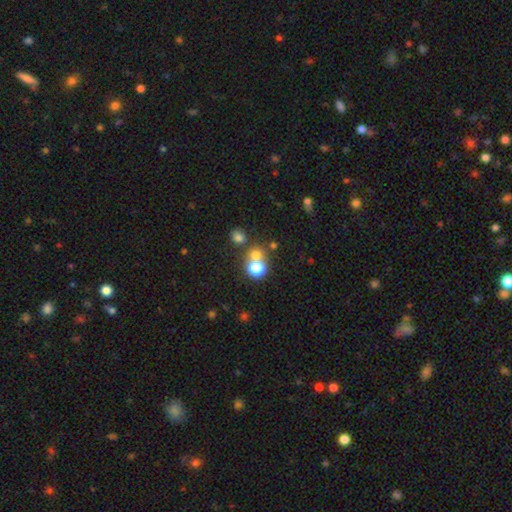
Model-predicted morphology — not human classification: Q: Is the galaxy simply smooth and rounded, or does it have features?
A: smooth — 70%.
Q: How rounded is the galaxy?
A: round — 84%.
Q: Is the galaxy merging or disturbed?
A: none — 52%.